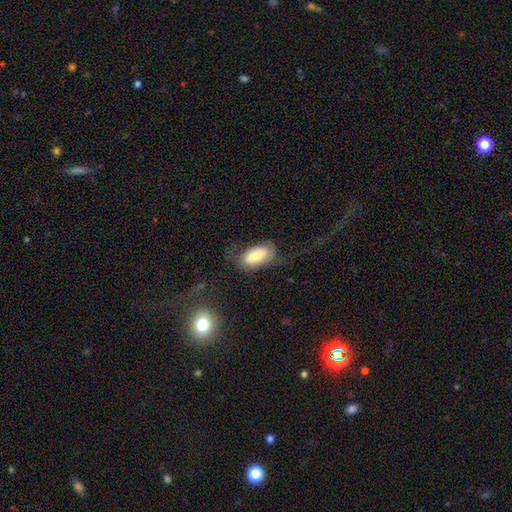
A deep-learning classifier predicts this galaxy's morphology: Overall: smooth (69%). How rounded: in between (93%). Merging: none (54%; minor disturbance 22%).